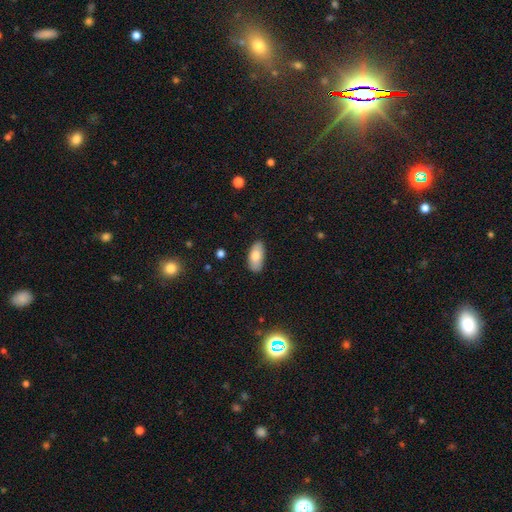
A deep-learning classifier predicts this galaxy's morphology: Overall: smooth (77%). How rounded: in between (91%). Merging: none (84%).